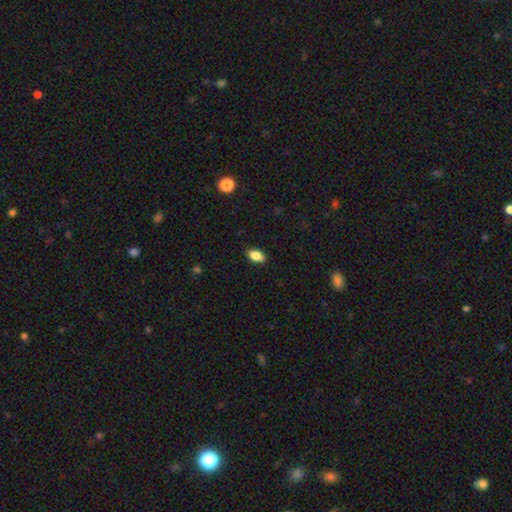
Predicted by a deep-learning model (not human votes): Smooth or featured?
  - smooth: 86% *
  - star or artifact: 8%
  - featured or disk: 6%
How rounded?
  - in between: 91% *
  - round: 6%
  - cigar-shaped: 3%
Merging?
  - none: 87% *
  - minor disturbance: 10%
  - major disturbance: 2%
  - merger: 1%